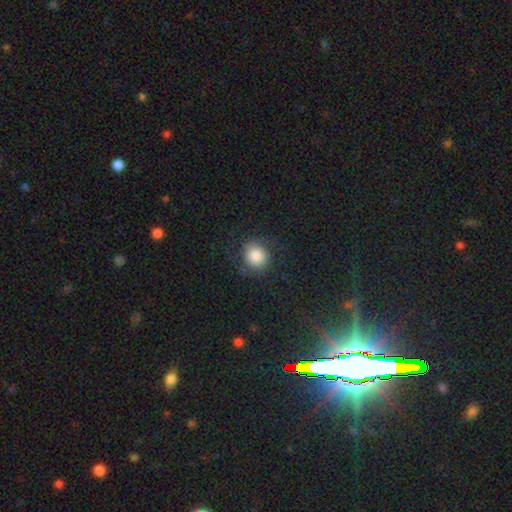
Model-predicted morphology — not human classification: Smooth or featured? Predicted: smooth (p=0.65). How rounded? Predicted: round (p=0.81). Merging? Predicted: none (p=0.72).